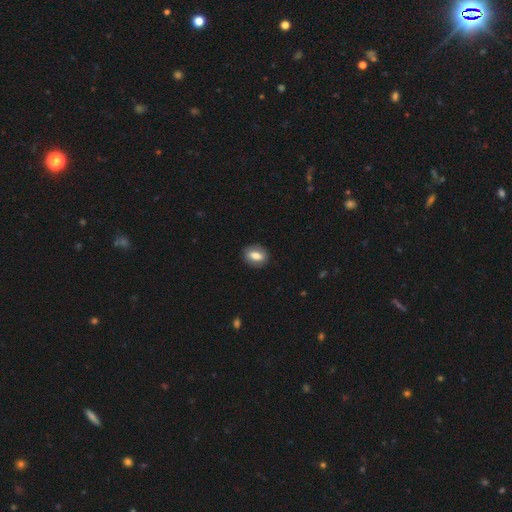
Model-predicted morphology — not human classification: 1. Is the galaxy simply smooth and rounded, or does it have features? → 73% smooth, 20% featured or disk, 7% star or artifact.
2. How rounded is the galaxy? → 73% in between, 25% round, 2% cigar-shaped.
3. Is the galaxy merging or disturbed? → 85% none, 11% minor disturbance, 3% major disturbance, 1% merger.